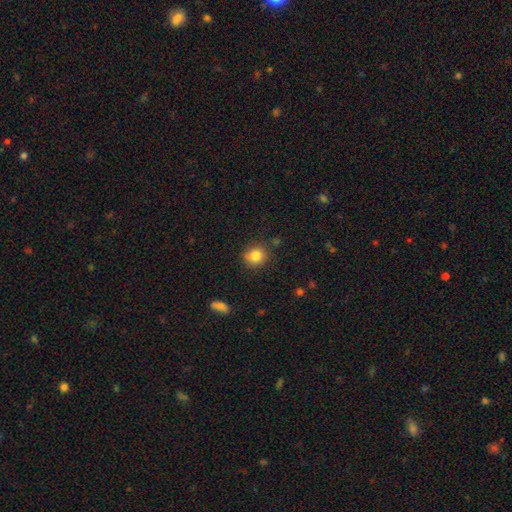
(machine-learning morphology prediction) smooth 83%, star or artifact 10%, featured or disk 7%. Down the decision tree: how rounded — round (85%); merging — none (83%).